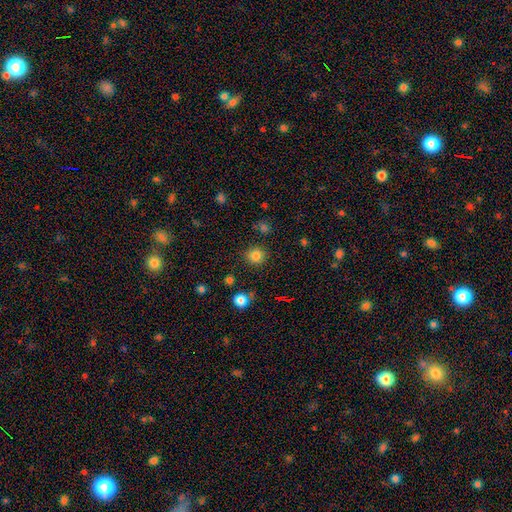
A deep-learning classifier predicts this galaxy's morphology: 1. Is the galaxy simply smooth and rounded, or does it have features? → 82% smooth, 14% star or artifact, 5% featured or disk.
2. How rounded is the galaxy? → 91% round, 8% in between, 1% cigar-shaped.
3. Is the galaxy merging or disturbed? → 86% none, 8% minor disturbance, 3% merger, 3% major disturbance.